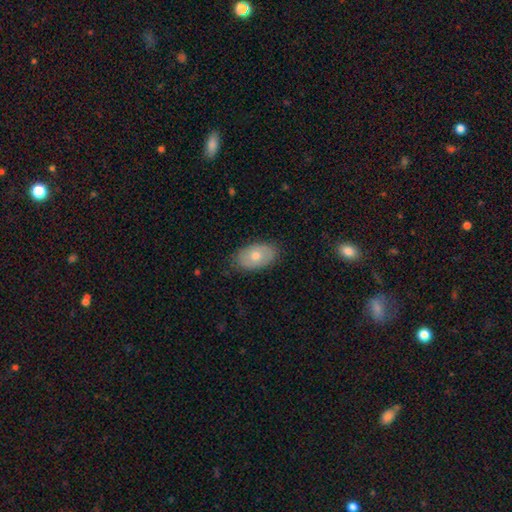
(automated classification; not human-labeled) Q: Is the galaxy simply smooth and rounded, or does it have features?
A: smooth — 64%.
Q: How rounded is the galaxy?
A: in between — 92%.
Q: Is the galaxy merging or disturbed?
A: none — 83%.